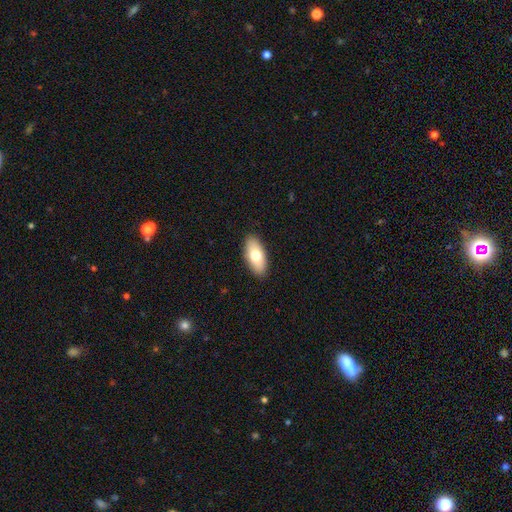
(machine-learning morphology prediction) A smooth galaxy with no disk features (74%) that is in between round and cigar-shaped (90%). Merging: none (90%).